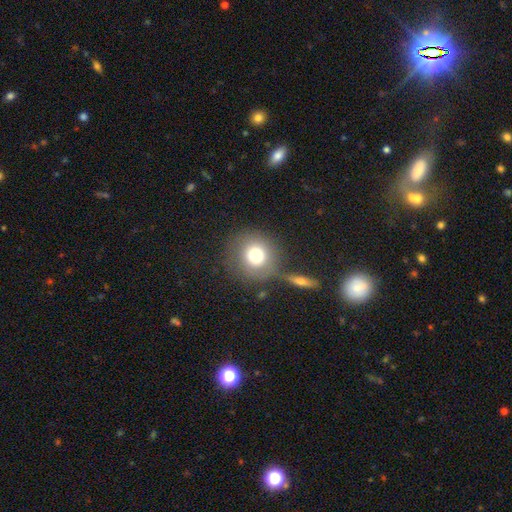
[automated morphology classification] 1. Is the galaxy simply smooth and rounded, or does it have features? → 75% smooth, 15% featured or disk, 11% star or artifact.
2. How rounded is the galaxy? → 89% round, 10% in between, 1% cigar-shaped.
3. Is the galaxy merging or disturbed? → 72% none, 12% merger, 11% minor disturbance, 5% major disturbance.